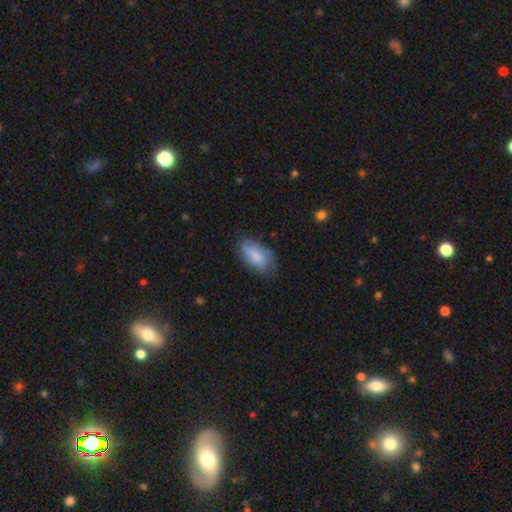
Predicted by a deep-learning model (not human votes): Overall: smooth (78%). How rounded: in between (92%). Merging: none (63%; minor disturbance 28%).